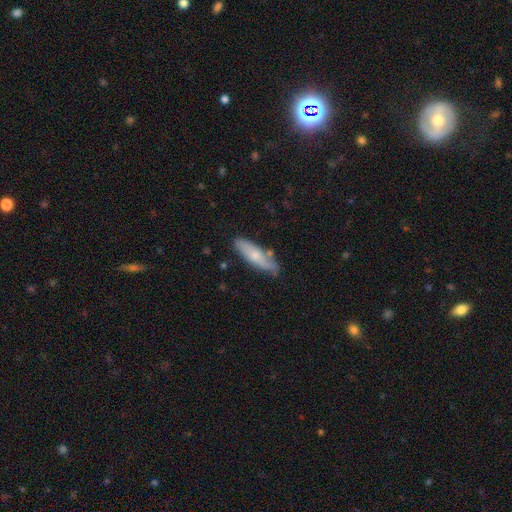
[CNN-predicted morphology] A smooth galaxy with no disk features (63%) that is cigar-shaped (56%). Merging: none (73%).